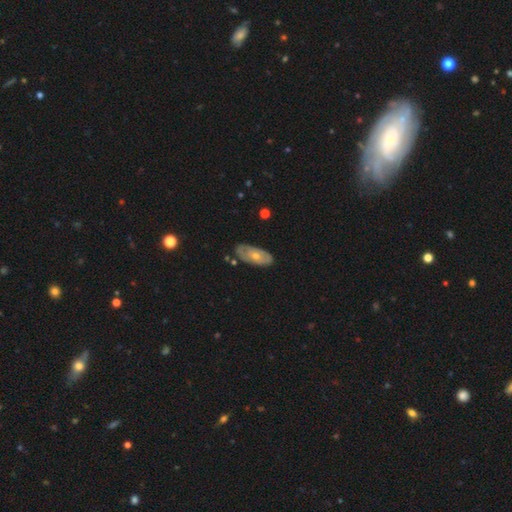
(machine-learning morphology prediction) smooth_or_featured: featured or disk (p=0.61) [alt: smooth p=0.32]
disk_edge_on: no (p=0.86) [alt: yes p=0.14]
bar: no (p=0.84) [alt: weak p=0.13]
has_spiral_arms: yes (p=0.50) [tied with: no p=0.50]
bulge_size: moderate (p=0.50) [alt: small p=0.46]
merging: none (p=0.76) [alt: minor disturbance p=0.19]